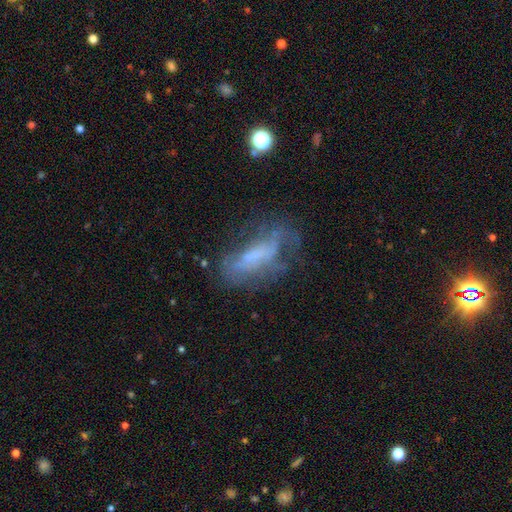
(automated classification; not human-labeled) smooth_or_featured: featured or disk (p=0.53) [alt: smooth p=0.35]
disk_edge_on: no (p=0.82) [alt: yes p=0.18]
merging: none (p=0.45) [alt: major disturbance p=0.27]